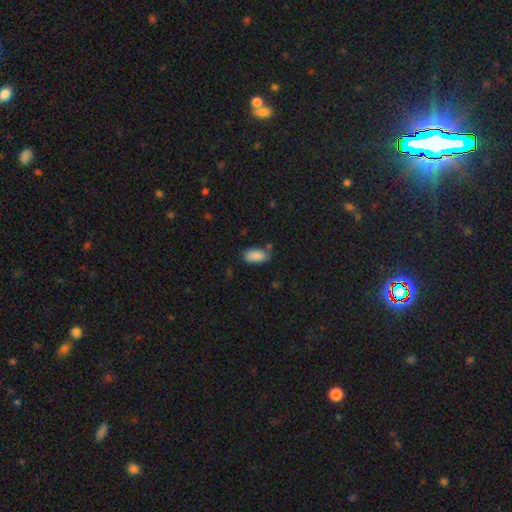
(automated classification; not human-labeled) A smooth galaxy with no disk features (89%) that is in between round and cigar-shaped (90%).

Vote fractions:
- Smooth or featured? smooth: 89% / star or artifact: 7% / featured or disk: 4%
- How rounded? in between: 90% / cigar-shaped: 8% / round: 2%
- Merging? none: 76% / minor disturbance: 16% / merger: 4% / major disturbance: 3%